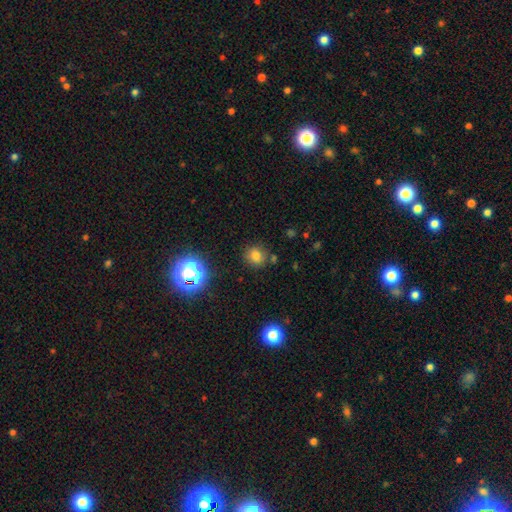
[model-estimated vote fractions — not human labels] A smooth galaxy with no disk features (74%) that is round (84%).

Vote fractions:
- Smooth or featured? smooth: 74% / star or artifact: 18% / featured or disk: 8%
- How rounded? round: 84% / in between: 15% / cigar-shaped: 1%
- Merging? none: 83% / minor disturbance: 10% / merger: 4% / major disturbance: 3%